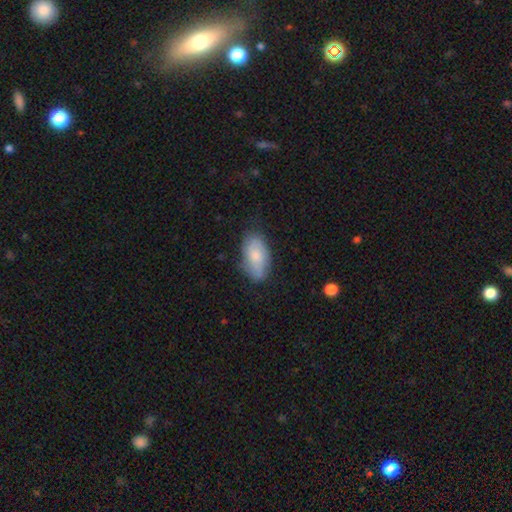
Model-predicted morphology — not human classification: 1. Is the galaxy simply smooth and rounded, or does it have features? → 67% smooth, 26% featured or disk, 7% star or artifact.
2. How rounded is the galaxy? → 92% in between, 4% round, 3% cigar-shaped.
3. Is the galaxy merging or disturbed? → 69% none, 24% minor disturbance, 6% major disturbance, 2% merger.